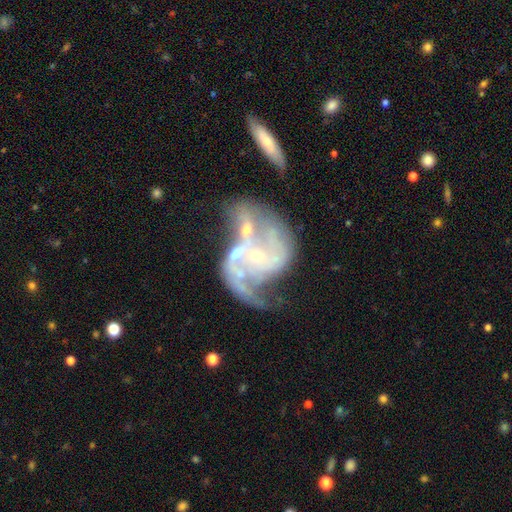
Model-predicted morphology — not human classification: smooth_or_featured: featured or disk (p=0.84) [alt: smooth p=0.08]
disk_edge_on: no (p=0.98) [alt: yes p=0.02]
bar: no (p=0.68) [alt: weak p=0.24]
has_spiral_arms: yes (p=0.84) [alt: no p=0.16]
spiral_winding: loose (p=0.41) [alt: medium p=0.40]
spiral_arm_count: 2 (p=0.58) [alt: can't tell p=0.17]
bulge_size: small (p=0.67) [alt: moderate p=0.20]
merging: merger (p=0.38) [alt: major disturbance p=0.26]